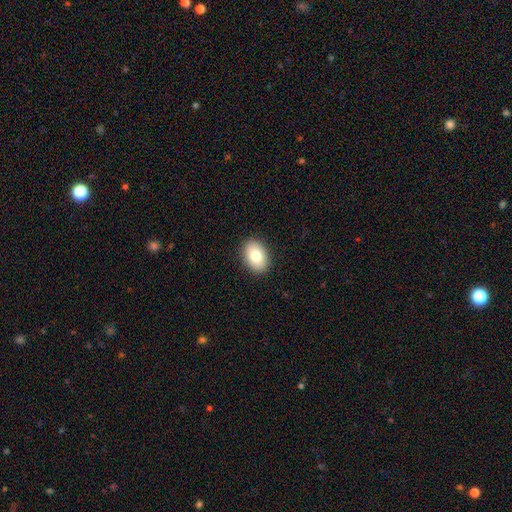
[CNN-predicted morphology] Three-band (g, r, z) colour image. It shows a smooth galaxy with no disk features (80%) that is in between round and cigar-shaped (83%). Merging: none (90%).